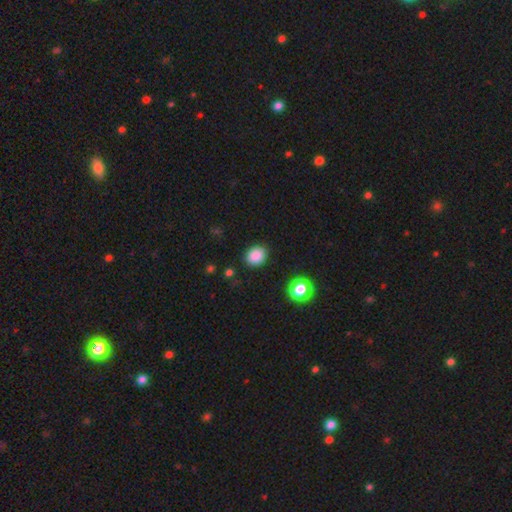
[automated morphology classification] Overall: smooth (87%). How rounded: round (58%; in between 42%). Merging: none (87%).